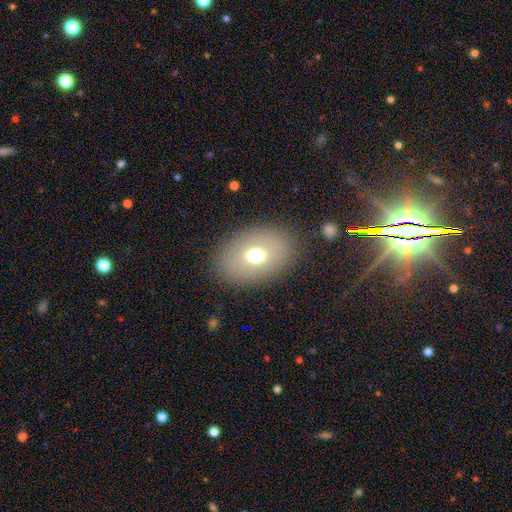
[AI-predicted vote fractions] A smooth galaxy with no disk features (66%) that is in between round and cigar-shaped (80%). Merging: none (84%).